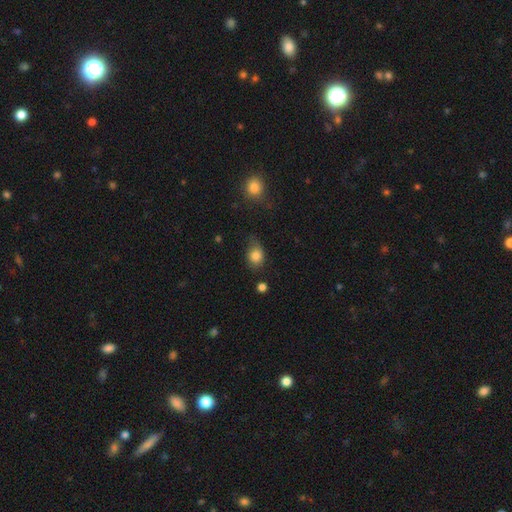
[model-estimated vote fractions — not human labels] Q: Smooth or featured?
A: smooth (83%); runner-up: star or artifact (9%)
Q: How rounded?
A: in between (57%); runner-up: round (42%)
Q: Merging?
A: none (49%); runner-up: minor disturbance (35%)